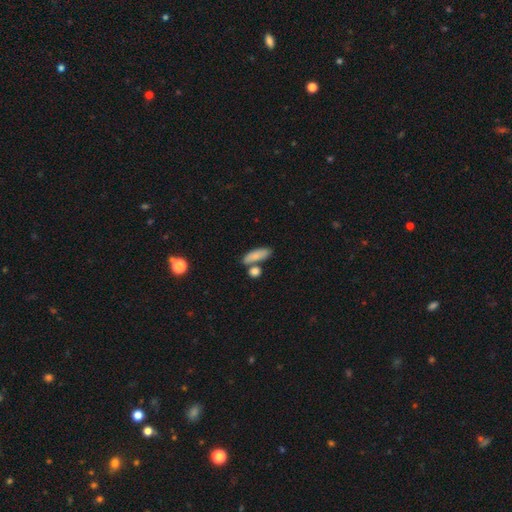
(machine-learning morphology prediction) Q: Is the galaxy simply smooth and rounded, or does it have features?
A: smooth — 82%.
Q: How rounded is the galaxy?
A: in between — 64%.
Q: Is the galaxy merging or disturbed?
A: none — 58%.